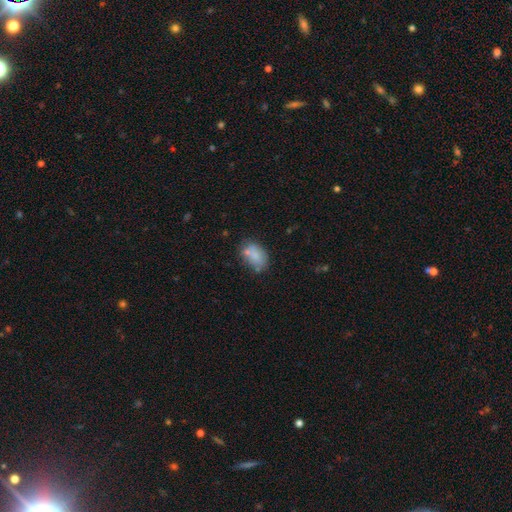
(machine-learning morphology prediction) Overall: smooth (76%). How rounded: in between (83%). Merging: none (56%; minor disturbance 22%).